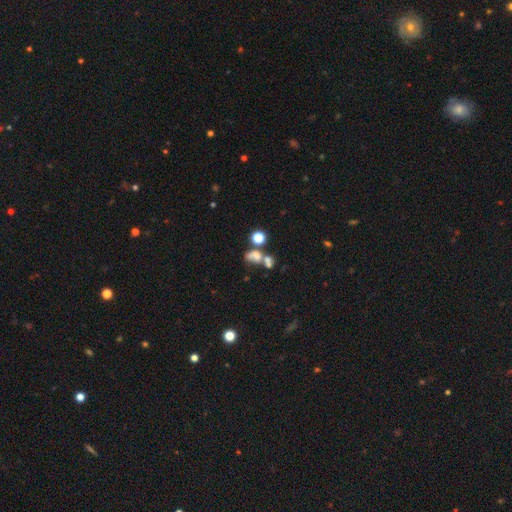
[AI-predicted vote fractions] smooth 55%, featured or disk 24%, star or artifact 21%. Down the decision tree: how rounded — in between (55%); merging — merger (52%).